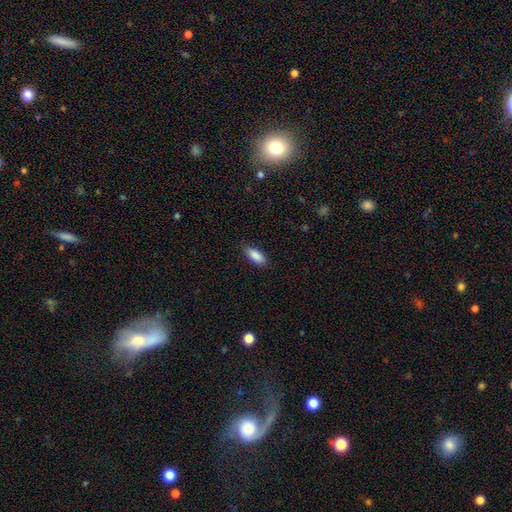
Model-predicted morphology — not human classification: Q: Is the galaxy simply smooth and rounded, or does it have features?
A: smooth — 88%.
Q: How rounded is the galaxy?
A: in between — 83%.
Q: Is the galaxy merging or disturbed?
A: none — 82%.